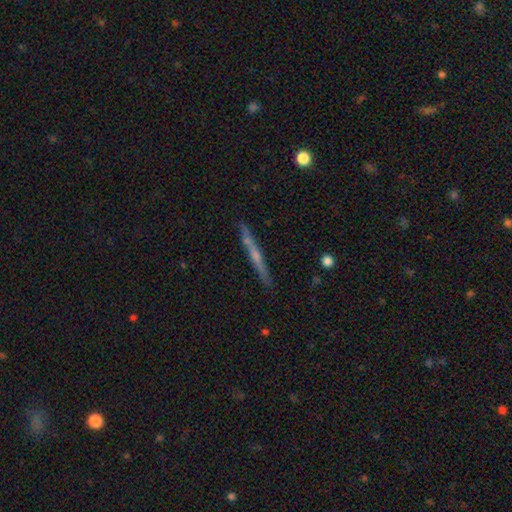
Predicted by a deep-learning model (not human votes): featured or disk 68%, smooth 23%, star or artifact 9%. Down the decision tree: edge-on disk — yes (97%); edge-on bulge — rounded (62%); merging — none (89%).